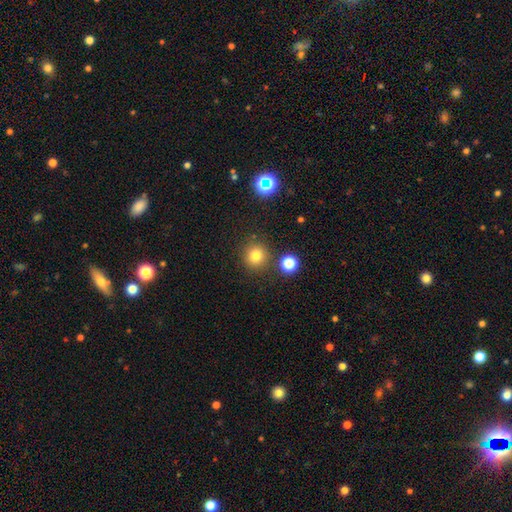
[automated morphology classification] Smooth or featured: smooth — 78% (star or artifact — 15%)
How rounded: round — 93% (in between — 6%)
Merging: none — 84% (minor disturbance — 7%)